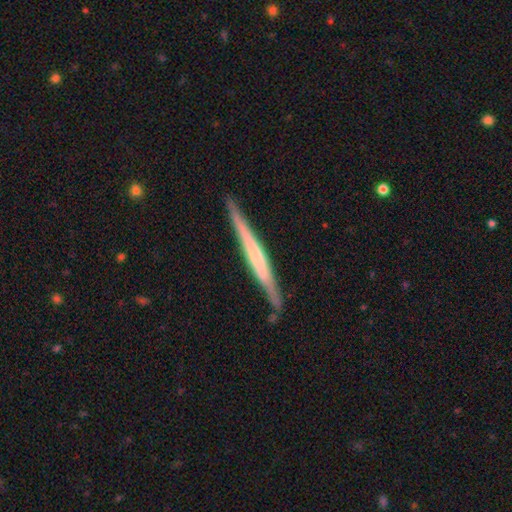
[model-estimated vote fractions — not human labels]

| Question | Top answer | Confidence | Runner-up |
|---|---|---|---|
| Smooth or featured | featured or disk | 62% | smooth (33%) |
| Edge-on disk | yes | 97% | no (3%) |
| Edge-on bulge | none | 59% | rounded (21%) |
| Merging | none | 86% | minor disturbance (11%) |